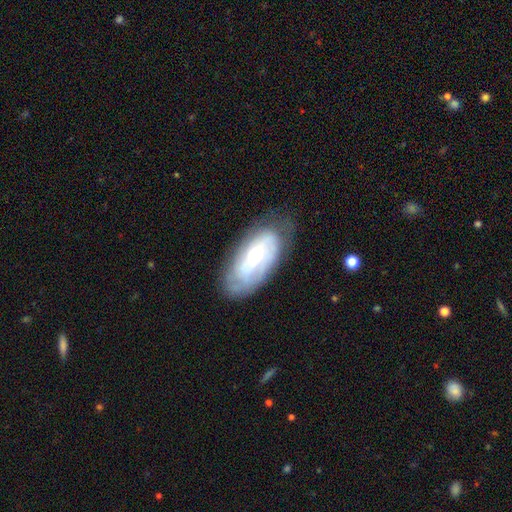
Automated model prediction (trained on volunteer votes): Overall: featured or disk (66%; smooth 27%). Edge-on disk: no (91%). Bar: no (63%; weak 29%). Spiral arms: yes (81%). Bulge size: small (50%; moderate 43%). Merging: none (70%).